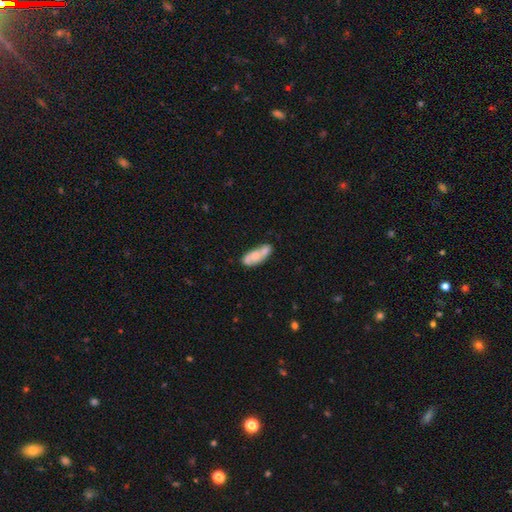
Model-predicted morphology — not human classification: A smooth galaxy with no disk features (56%) that is in between round and cigar-shaped (74%). Merging: none (47%).